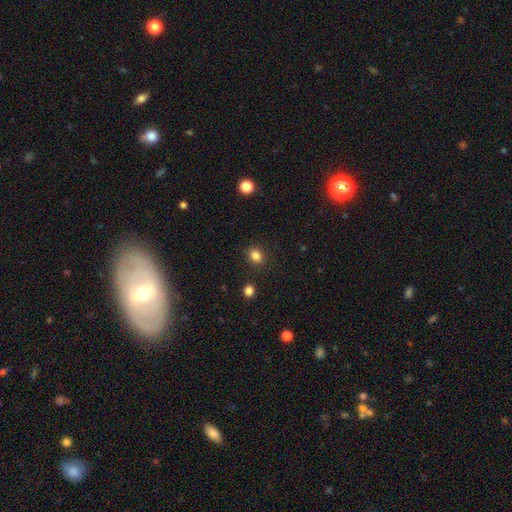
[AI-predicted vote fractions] The model was most divided on "how rounded": round: 60%, in between: 39%, cigar-shaped: 1%. More confident: merging — none (87%); smooth or featured — smooth (84%).